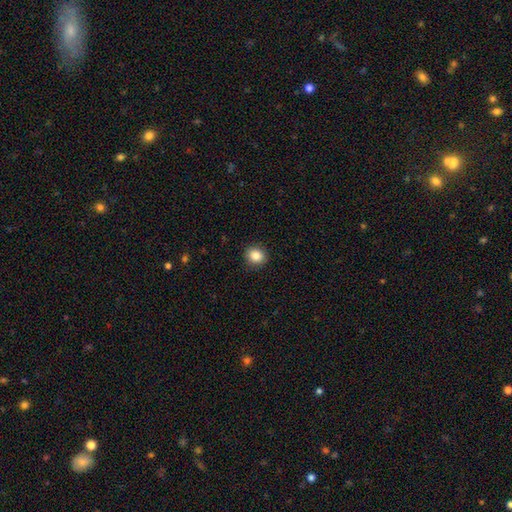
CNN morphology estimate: type=smooth (85%); roundness=round (77%); merging=none (91%).